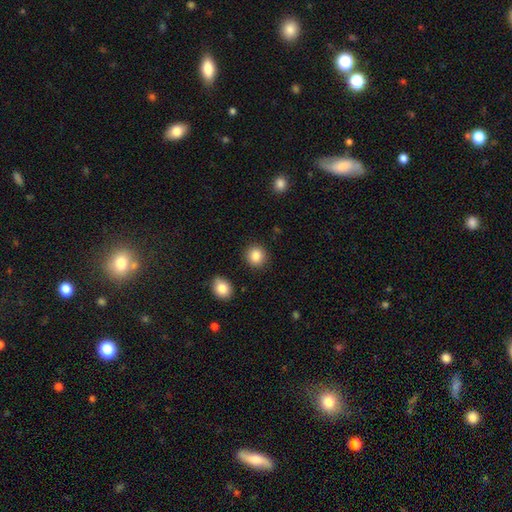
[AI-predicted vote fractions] Overall: smooth (87%). How rounded: round (88%). Merging: none (89%).